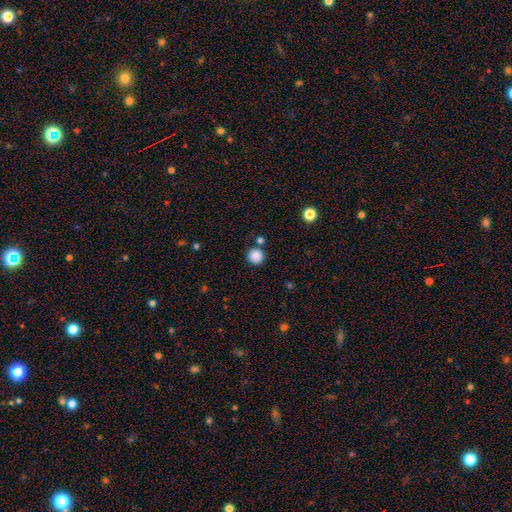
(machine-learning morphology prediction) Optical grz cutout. It shows a smooth galaxy with no disk features (87%) that is round (93%). Merging: none (83%).